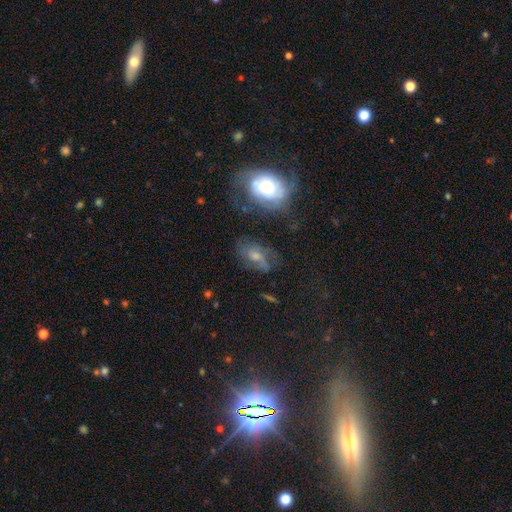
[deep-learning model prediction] featured or disk 46%, smooth 32%, star or artifact 22%. Down the decision tree: merging — none (57%).